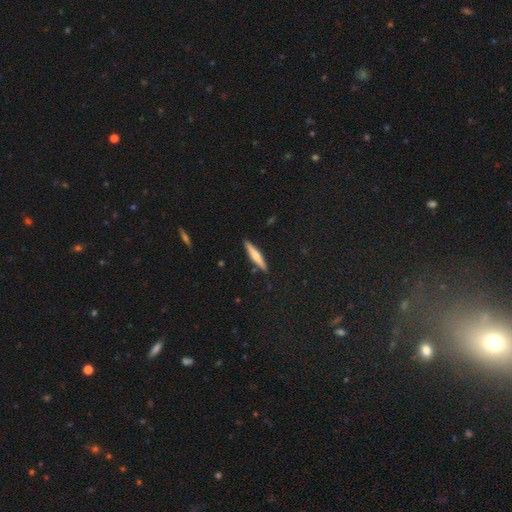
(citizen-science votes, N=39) smooth-or-featured: smooth: 56% | featured or disk: 31% | star or artifact: 13%
  how-rounded: cigar-shaped: 100% | round: 0% | in between: 0%
  merging: none: 82% | minor disturbance: 15% | merger: 3% | major disturbance: 0%